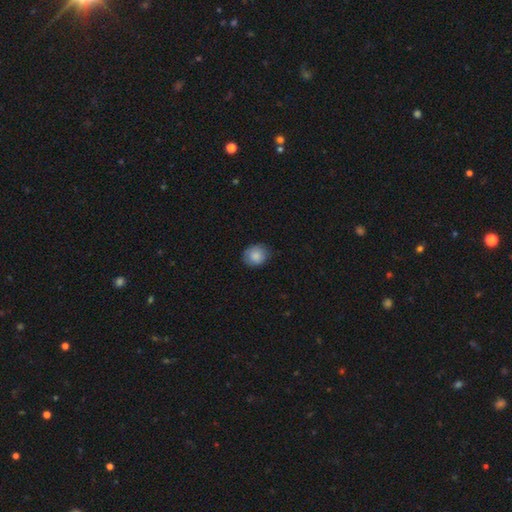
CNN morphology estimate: The model was most divided on "how rounded": round: 69%, in between: 30%, cigar-shaped: 1%. More confident: smooth or featured — smooth (86%); merging — none (80%).